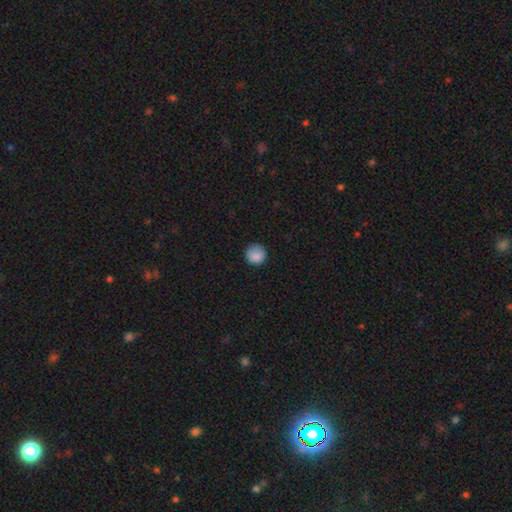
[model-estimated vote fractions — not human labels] Smooth or featured? Predicted: smooth (p=0.86). How rounded? Predicted: round (p=0.93). Merging? Predicted: none (p=0.83).